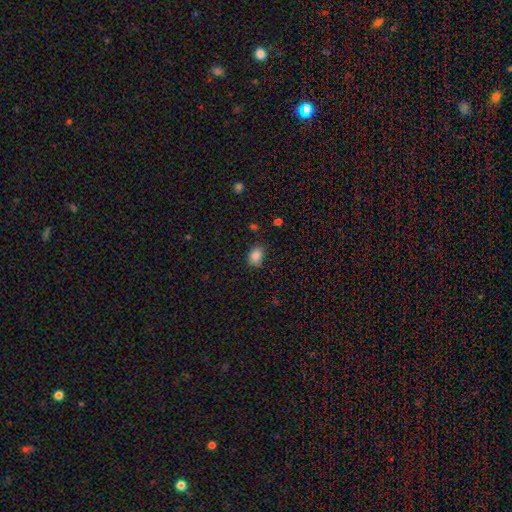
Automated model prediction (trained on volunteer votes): This appears to be a smooth galaxy with no disk features (85%) that is in between round and cigar-shaped (76%). Merging: none (79%).